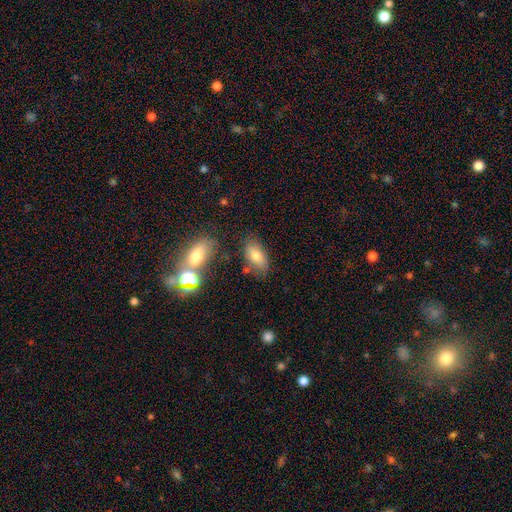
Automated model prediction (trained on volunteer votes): Smooth or featured? Predicted: smooth (p=0.76). How rounded? Predicted: in between (p=0.90). Merging? Predicted: none (p=0.70).